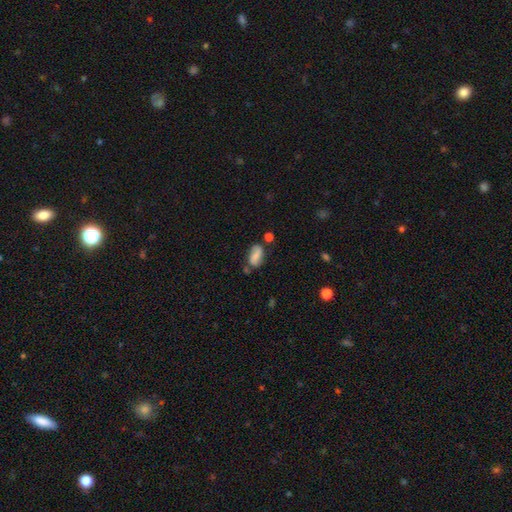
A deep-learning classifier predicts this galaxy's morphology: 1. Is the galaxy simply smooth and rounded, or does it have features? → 62% smooth, 28% featured or disk, 10% star or artifact.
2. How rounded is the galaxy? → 89% in between, 6% round, 5% cigar-shaped.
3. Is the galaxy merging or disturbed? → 57% none, 25% minor disturbance, 11% merger, 7% major disturbance.